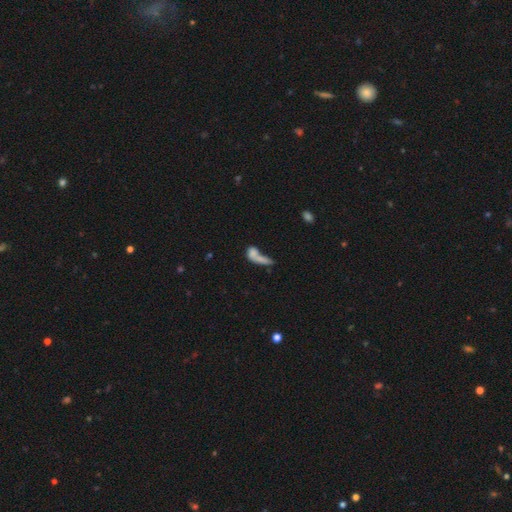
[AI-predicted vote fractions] The model was most divided on "how rounded": in between: 53%, cigar-shaped: 32%, round: 15%. More confident: smooth or featured — smooth (65%); merging — merger (53%).